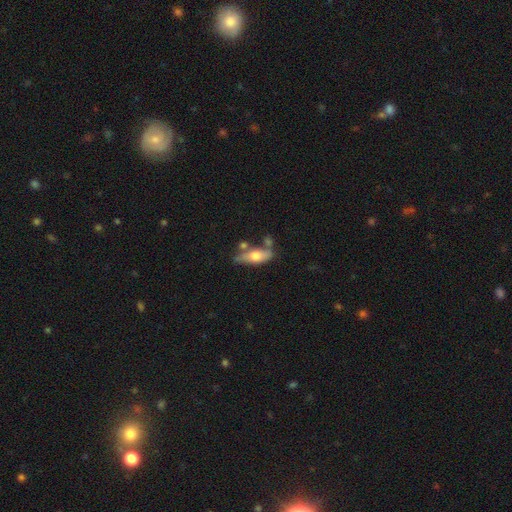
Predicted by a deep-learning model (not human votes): Smooth or featured: smooth — 54% (featured or disk — 40%)
How rounded: in between — 62% (cigar-shaped — 35%)
Merging: none — 56% (minor disturbance — 20%)